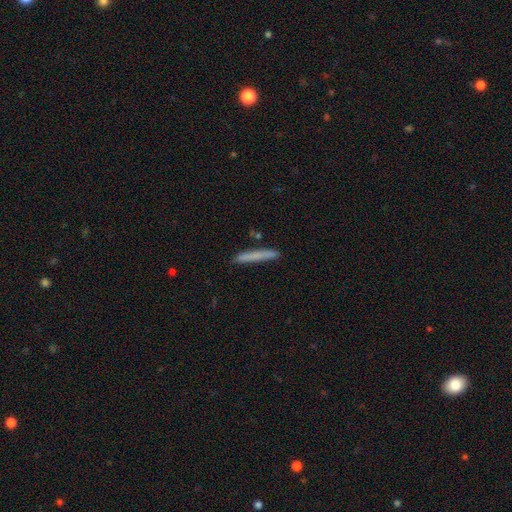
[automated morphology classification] Smooth or featured? Predicted: smooth (p=0.75). How rounded? Predicted: cigar-shaped (p=0.96). Merging? Predicted: none (p=0.89).